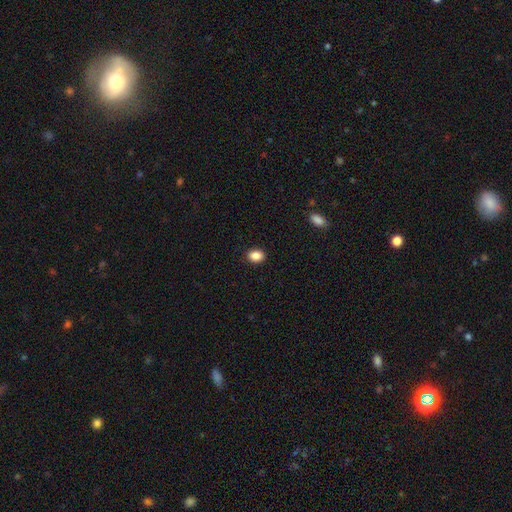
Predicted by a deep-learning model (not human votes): Q: Smooth or featured?
A: smooth (88%); runner-up: star or artifact (9%)
Q: How rounded?
A: in between (67%); runner-up: round (32%)
Q: Merging?
A: none (89%); runner-up: minor disturbance (8%)